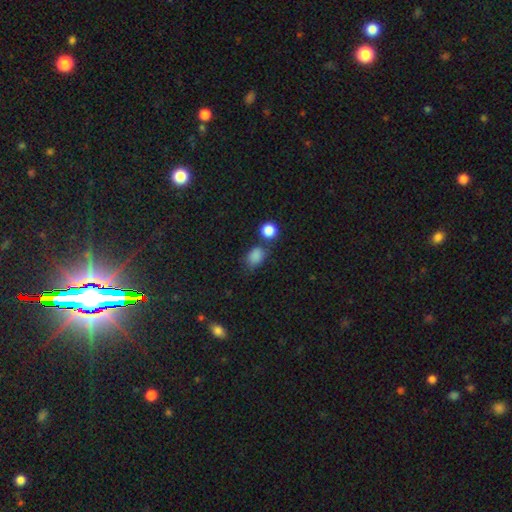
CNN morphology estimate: Smooth or featured: smooth — 82% (star or artifact — 13%)
How rounded: in between — 66% (round — 32%)
Merging: none — 61% (minor disturbance — 20%)